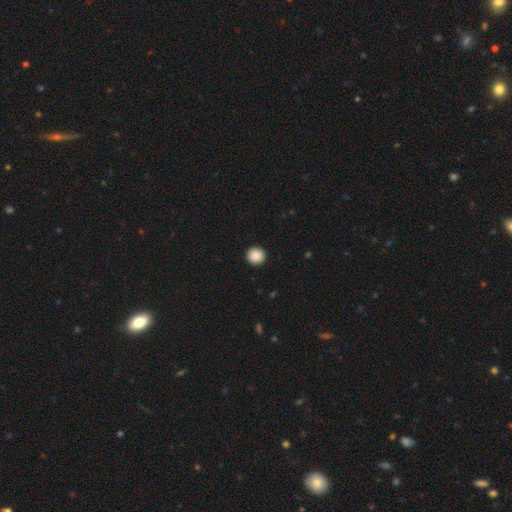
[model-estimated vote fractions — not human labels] Overall: smooth (89%). How rounded: round (93%). Merging: none (93%).